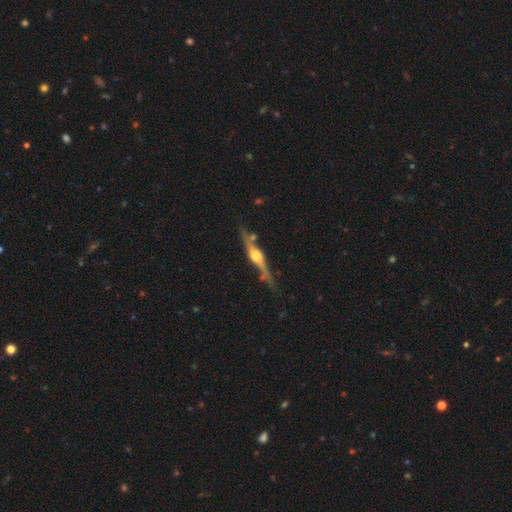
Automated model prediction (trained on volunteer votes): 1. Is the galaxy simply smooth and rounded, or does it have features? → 79% featured or disk, 16% smooth, 5% star or artifact.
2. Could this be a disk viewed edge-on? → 94% yes, 6% no.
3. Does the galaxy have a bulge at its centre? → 93% rounded, 4% boxy, 2% none.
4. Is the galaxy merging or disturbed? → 67% none, 20% minor disturbance, 8% merger, 5% major disturbance.